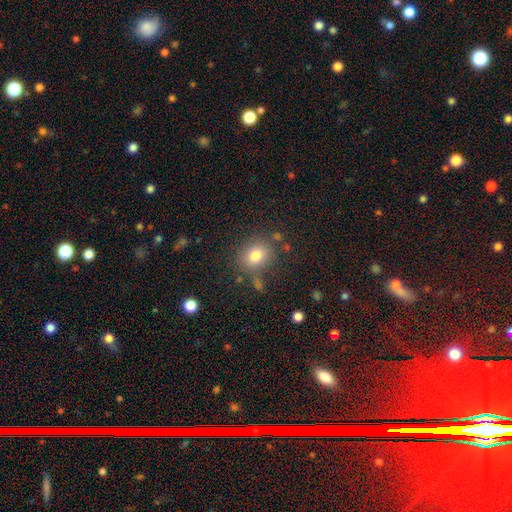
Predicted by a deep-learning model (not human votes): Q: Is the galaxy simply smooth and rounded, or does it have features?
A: smooth — 78%.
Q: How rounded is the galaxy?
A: round — 69%.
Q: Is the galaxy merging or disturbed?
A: none — 77%.